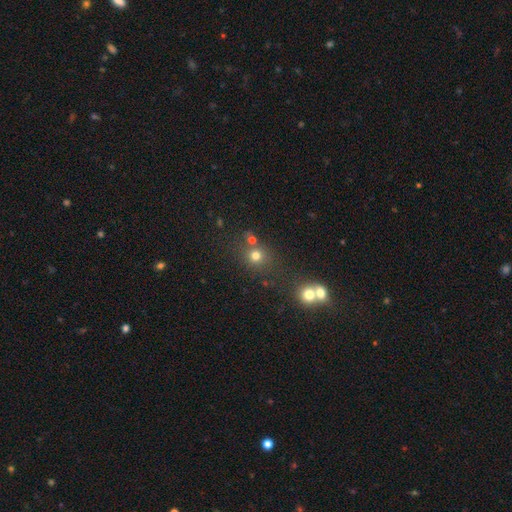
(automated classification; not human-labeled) Overall: smooth (72%). How rounded: round (84%). Merging: none (66%).